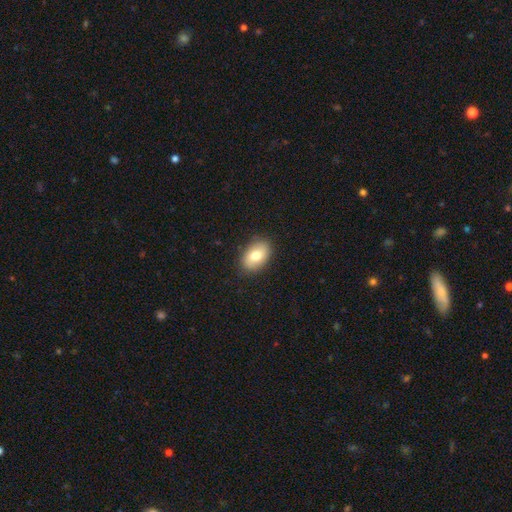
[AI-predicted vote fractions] smooth 77%, featured or disk 16%, star or artifact 7%. Down the decision tree: how rounded — in between (87%); merging — none (88%).